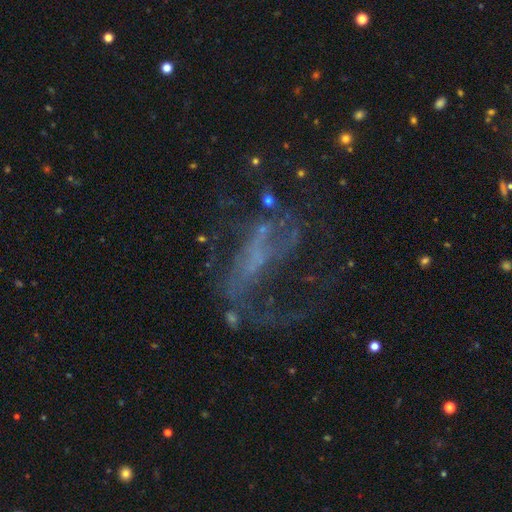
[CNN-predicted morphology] smooth_or_featured: featured or disk (p=0.60) [alt: star or artifact p=0.24]
disk_edge_on: no (p=0.92) [alt: yes p=0.08]
bar: no (p=0.59) [alt: weak p=0.25]
has_spiral_arms: no (p=0.53) [alt: yes p=0.47]
bulge_size: none (p=0.70) [alt: small p=0.19]
merging: major disturbance (p=0.45) [alt: none p=0.34]